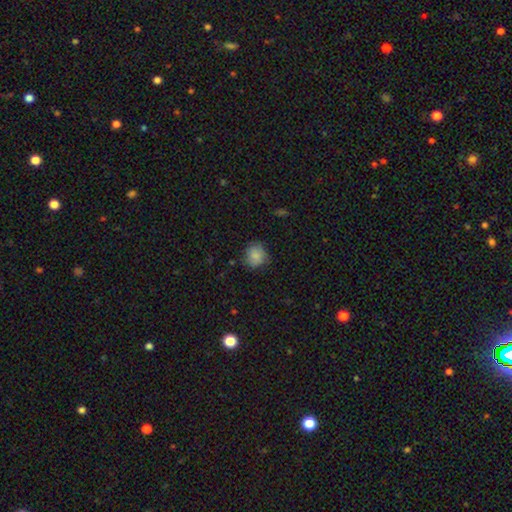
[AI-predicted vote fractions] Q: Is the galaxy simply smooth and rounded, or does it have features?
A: smooth — 83%.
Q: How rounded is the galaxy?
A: round — 77%.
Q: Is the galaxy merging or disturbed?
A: none — 70%.